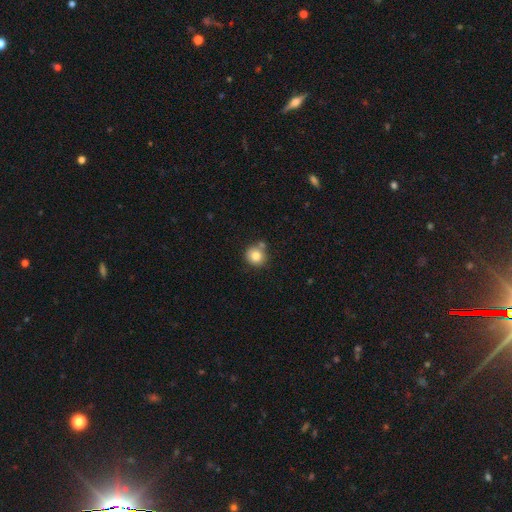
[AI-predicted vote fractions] Smooth or featured? smooth (81%)
How rounded? round (91%)
Merging? none (69%)